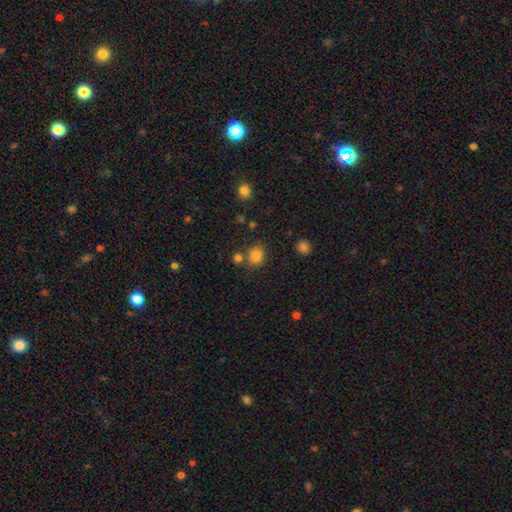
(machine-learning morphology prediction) smooth-or-featured: smooth: 82% | star or artifact: 13% | featured or disk: 5%
  how-rounded: round: 59% | in between: 40% | cigar-shaped: 1%
  merging: none: 70% | merger: 14% | minor disturbance: 11% | major disturbance: 4%